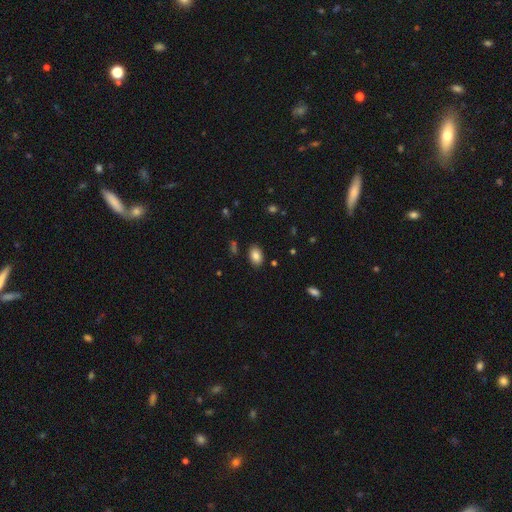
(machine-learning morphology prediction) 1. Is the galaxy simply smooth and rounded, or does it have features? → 85% smooth, 9% star or artifact, 7% featured or disk.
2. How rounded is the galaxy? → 87% in between, 12% round, 1% cigar-shaped.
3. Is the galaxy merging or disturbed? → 86% none, 9% minor disturbance, 2% major disturbance, 2% merger.